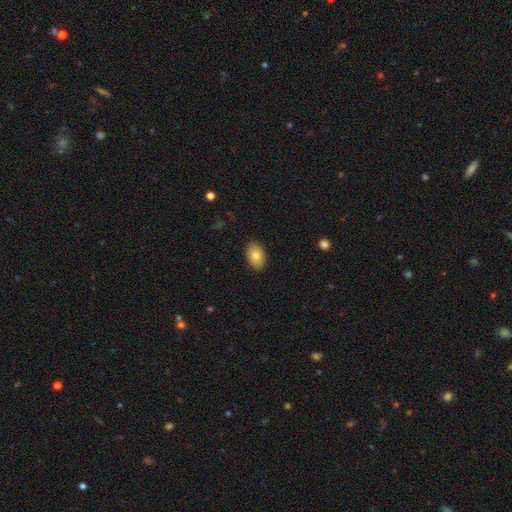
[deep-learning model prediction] Overall: smooth (81%). How rounded: in between (90%). Merging: none (88%).